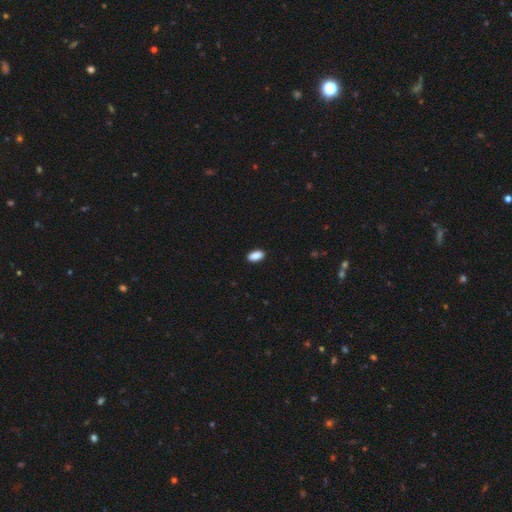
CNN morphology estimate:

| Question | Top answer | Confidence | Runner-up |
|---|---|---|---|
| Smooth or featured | smooth | 90% | star or artifact (7%) |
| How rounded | in between | 91% | cigar-shaped (6%) |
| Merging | none | 89% | minor disturbance (8%) |